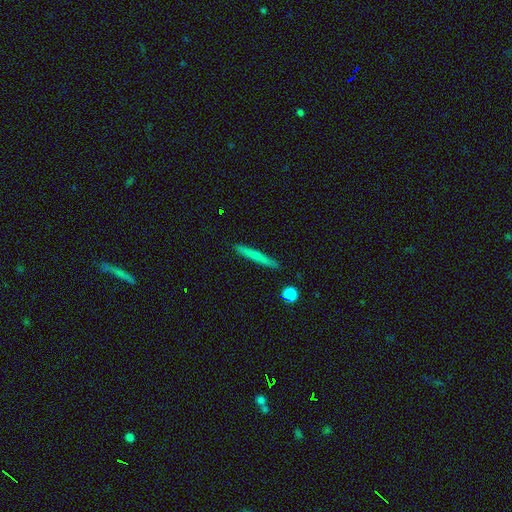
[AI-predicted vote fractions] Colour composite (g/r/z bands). It shows a smooth galaxy with no disk features (63%) that is cigar-shaped (96%). Merging: none (90%).